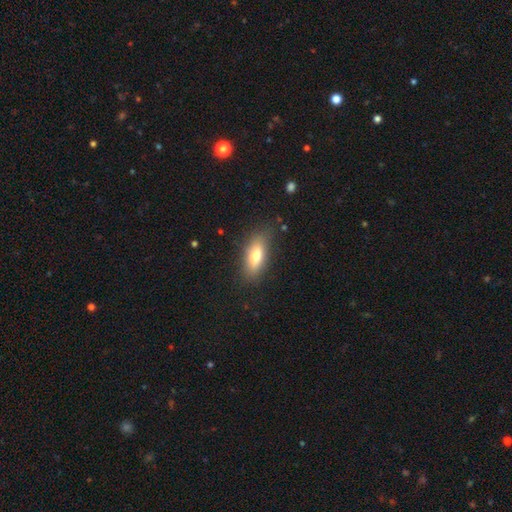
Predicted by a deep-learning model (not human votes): Morphology: type=smooth (76%); roundness=in between (75%); merging=none (81%).